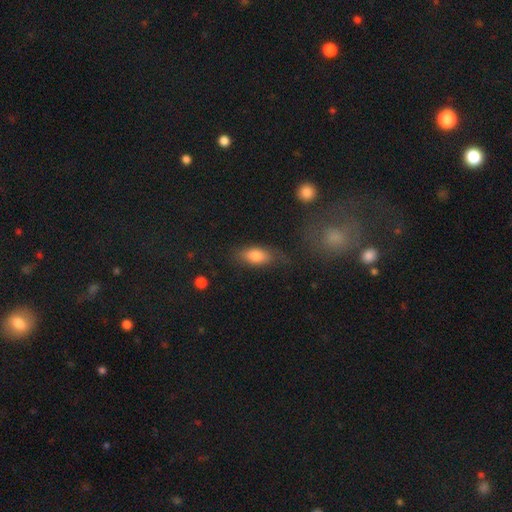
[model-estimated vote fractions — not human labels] The model was most divided on "merging": none: 68%, minor disturbance: 21%, major disturbance: 8%, merger: 3%. More confident: how rounded — in between (83%); smooth or featured — smooth (79%).